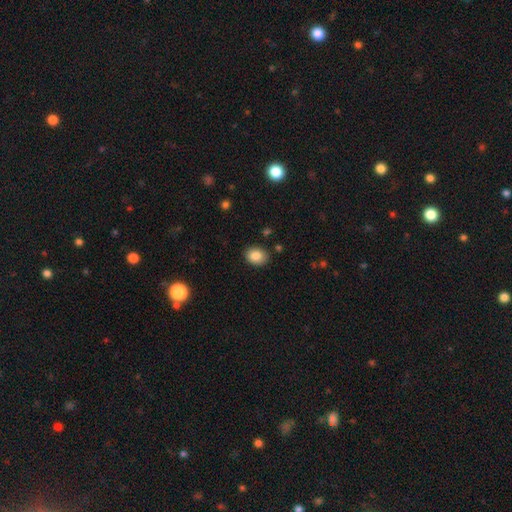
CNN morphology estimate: smooth 85%, star or artifact 9%, featured or disk 6%. Down the decision tree: how rounded — in between (60%); merging — none (87%).